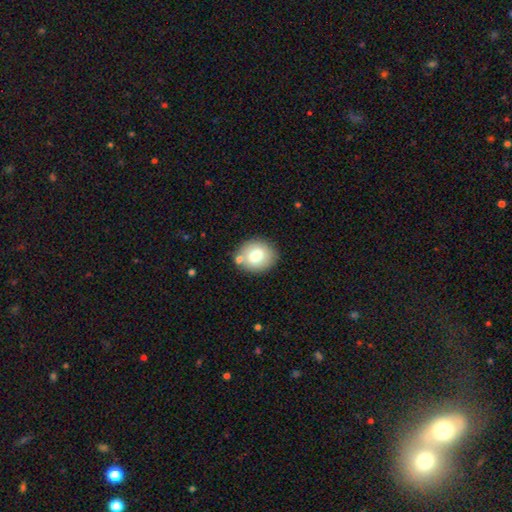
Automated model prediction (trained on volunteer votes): smooth 72%, featured or disk 19%, star or artifact 9%. Down the decision tree: how rounded — round (66%); merging — none (76%).